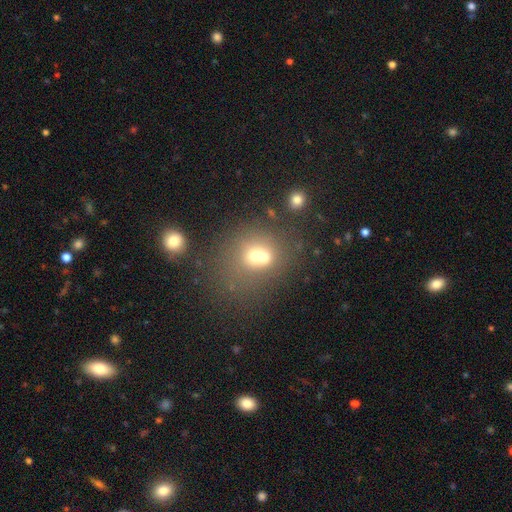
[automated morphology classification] smooth 61%, featured or disk 22%, star or artifact 17%. Down the decision tree: how rounded — round (71%); merging — merger (52%).